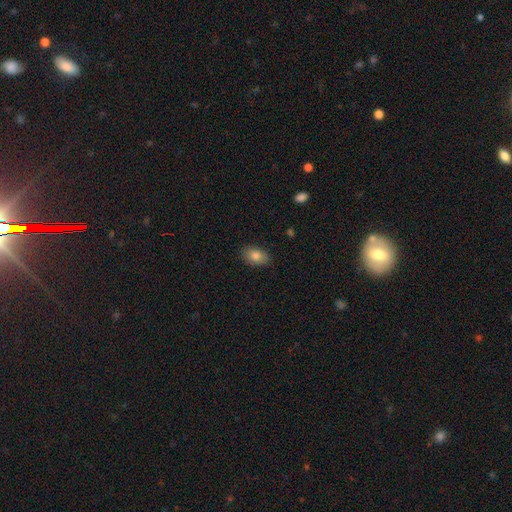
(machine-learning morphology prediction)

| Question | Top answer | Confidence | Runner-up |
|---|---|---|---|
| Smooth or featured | smooth | 81% | featured or disk (10%) |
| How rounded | in between | 85% | round (13%) |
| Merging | none | 87% | minor disturbance (10%) |